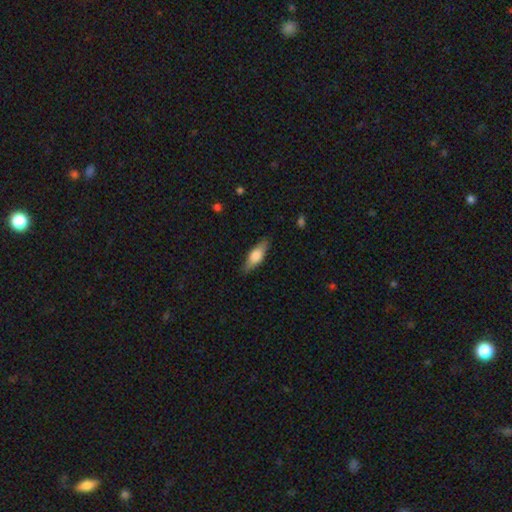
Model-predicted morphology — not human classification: Smooth or featured? smooth (67%)
How rounded? in between (62%)
Merging? none (84%)